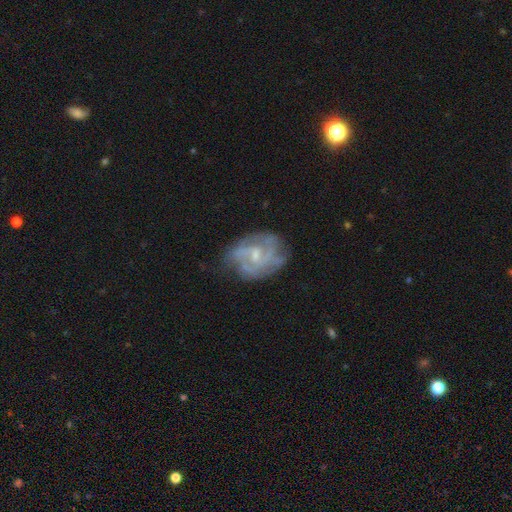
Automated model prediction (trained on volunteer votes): Morphology: type=featured or disk (79%); edge-on=no (97%); bar=no (48%); spiral arms=yes (85%); winding=medium (44%); arm count=can't tell (35%); bulge=small (54%); merging=none (62%).